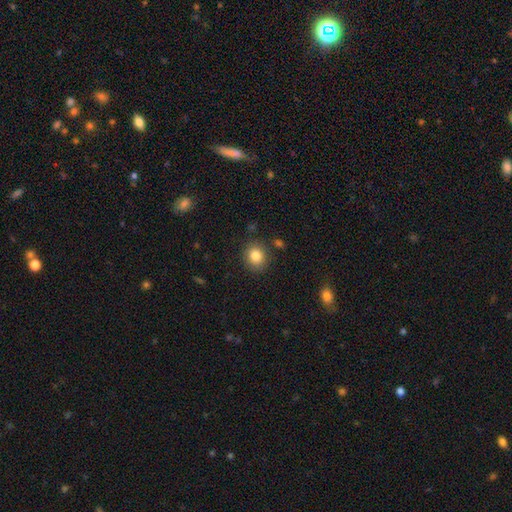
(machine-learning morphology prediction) smooth 85%, star or artifact 10%, featured or disk 6%. Down the decision tree: how rounded — round (72%); merging — none (85%).